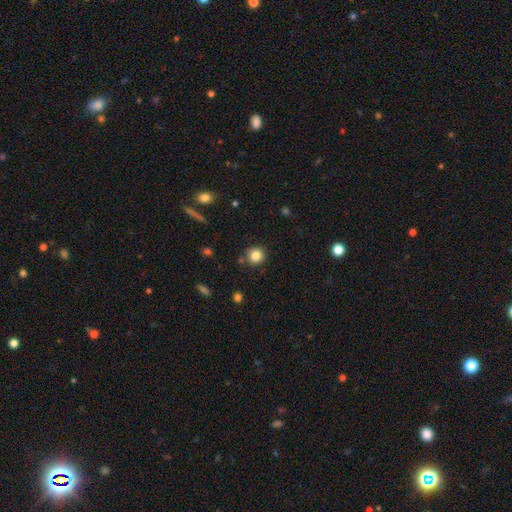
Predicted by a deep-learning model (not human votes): A smooth galaxy with no disk features (82%) that is round (89%).

Vote fractions:
- Smooth or featured? smooth: 82% / star or artifact: 11% / featured or disk: 6%
- How rounded? round: 89% / in between: 10% / cigar-shaped: 1%
- Merging? none: 82% / minor disturbance: 10% / merger: 5% / major disturbance: 3%